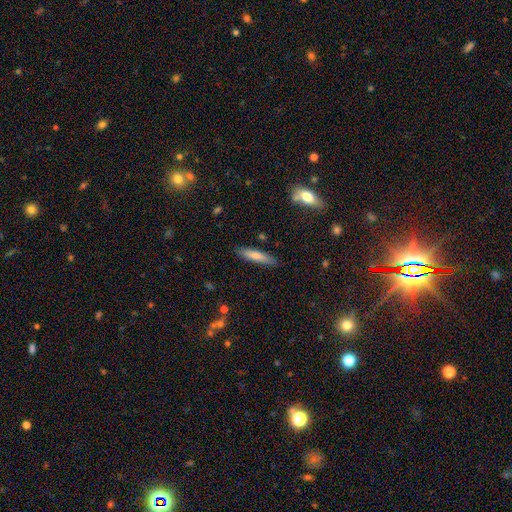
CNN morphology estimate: type=smooth (76%); roundness=cigar-shaped (85%); merging=none (87%).